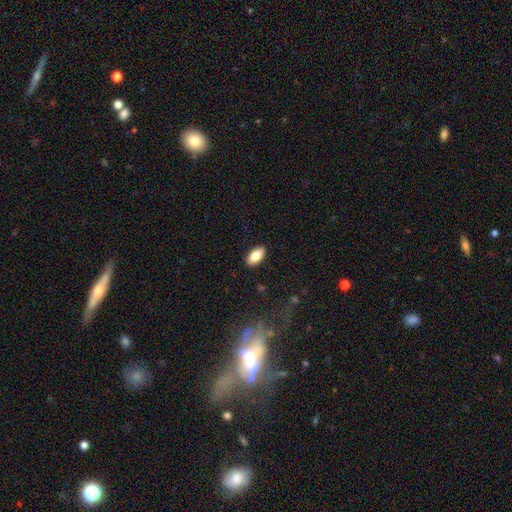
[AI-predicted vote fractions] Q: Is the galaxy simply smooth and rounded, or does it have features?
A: smooth — 84%.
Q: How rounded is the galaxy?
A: in between — 92%.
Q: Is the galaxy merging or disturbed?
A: none — 89%.